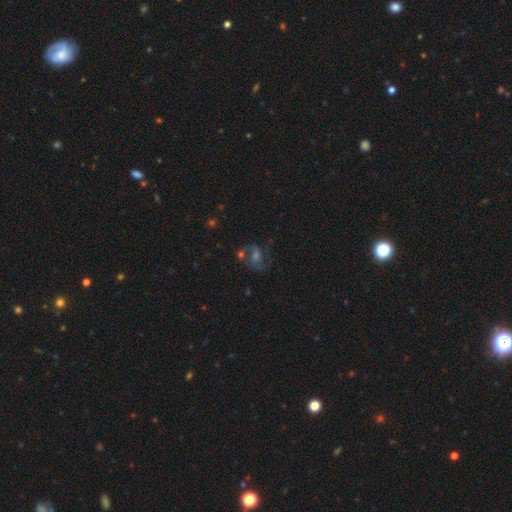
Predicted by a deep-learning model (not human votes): smooth_or_featured: featured or disk (p=0.59) [alt: star or artifact p=0.21]
disk_edge_on: no (p=0.97) [alt: yes p=0.03]
bar: no (p=0.44) [alt: weak p=0.43]
has_spiral_arms: yes (p=0.83) [alt: no p=0.17]
bulge_size: moderate (p=0.49) [alt: small p=0.30]
merging: none (p=0.56) [alt: merger p=0.16]